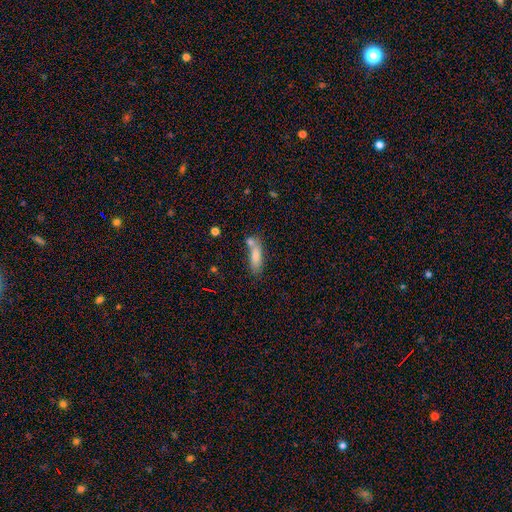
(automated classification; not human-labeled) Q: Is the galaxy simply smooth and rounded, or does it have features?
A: smooth — 79%.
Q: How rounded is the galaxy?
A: in between — 53%.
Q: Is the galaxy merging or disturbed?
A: none — 45%.